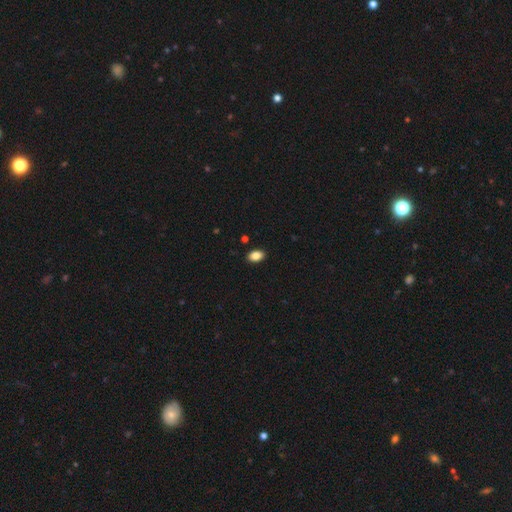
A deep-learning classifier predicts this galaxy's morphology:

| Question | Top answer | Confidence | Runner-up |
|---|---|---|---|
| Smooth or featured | smooth | 86% | star or artifact (9%) |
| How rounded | in between | 88% | round (11%) |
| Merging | none | 90% | minor disturbance (7%) |